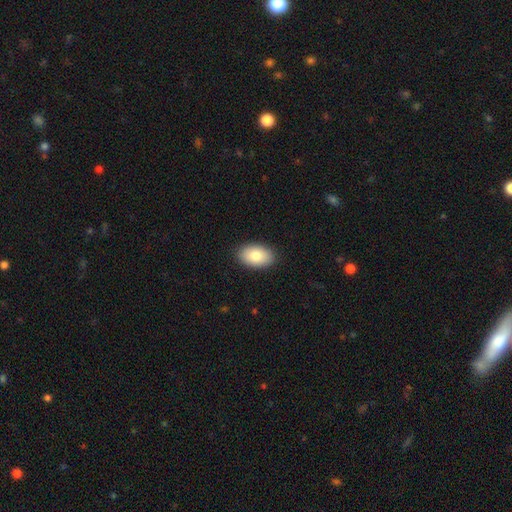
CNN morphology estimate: Smooth or featured?
  - smooth: 81% *
  - featured or disk: 12%
  - star or artifact: 7%
How rounded?
  - in between: 92% *
  - round: 7%
  - cigar-shaped: 1%
Merging?
  - none: 89% *
  - minor disturbance: 8%
  - major disturbance: 2%
  - merger: 1%